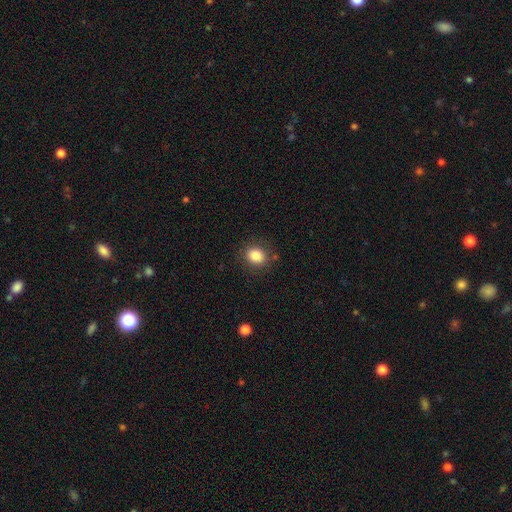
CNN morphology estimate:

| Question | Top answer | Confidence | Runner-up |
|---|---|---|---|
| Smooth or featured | smooth | 85% | star or artifact (10%) |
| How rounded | round | 64% | in between (35%) |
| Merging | none | 86% | minor disturbance (9%) |